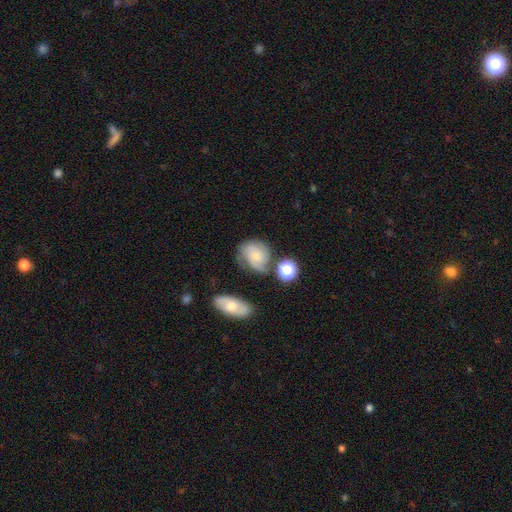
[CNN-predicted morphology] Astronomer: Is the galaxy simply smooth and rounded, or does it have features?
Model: featured or disk — 50% (runner-up: smooth, 40%).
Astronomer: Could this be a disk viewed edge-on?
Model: no — 96%.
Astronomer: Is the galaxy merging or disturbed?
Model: none — 49% (runner-up: minor disturbance, 26%).